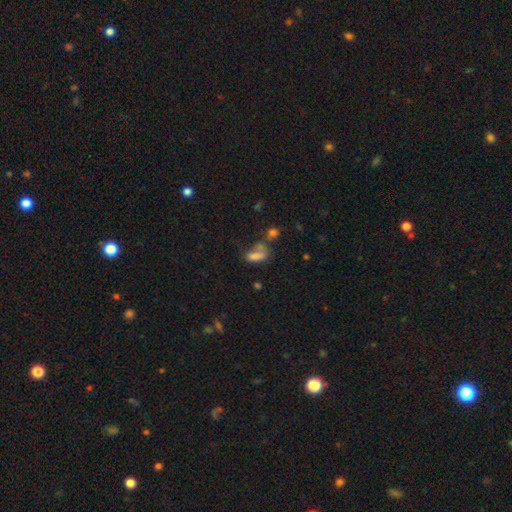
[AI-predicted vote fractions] Smooth or featured: smooth — 70% (star or artifact — 16%)
How rounded: in between — 75% (cigar-shaped — 19%)
Merging: none — 36% (merger — 22%)